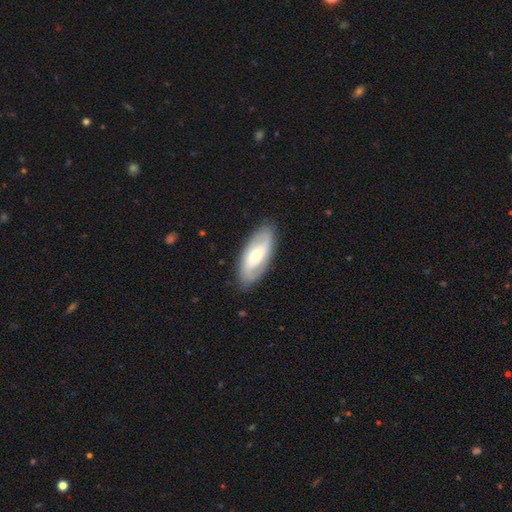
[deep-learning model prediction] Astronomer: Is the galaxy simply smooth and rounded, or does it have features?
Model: featured or disk — 66%.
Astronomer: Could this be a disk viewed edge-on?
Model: no — 90%.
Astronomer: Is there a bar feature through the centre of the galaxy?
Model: no — 44% (runner-up: weak, 37%).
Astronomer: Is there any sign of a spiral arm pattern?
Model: yes — 79%.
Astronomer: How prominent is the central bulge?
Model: moderate — 50% (runner-up: small, 44%).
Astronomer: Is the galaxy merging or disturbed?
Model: none — 85%.